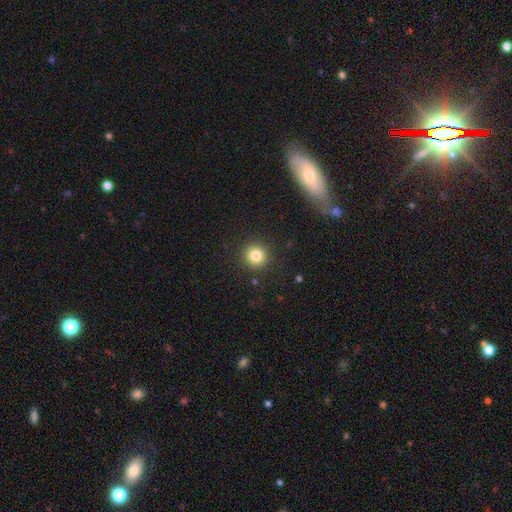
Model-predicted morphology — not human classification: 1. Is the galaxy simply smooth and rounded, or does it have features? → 81% smooth, 12% star or artifact, 7% featured or disk.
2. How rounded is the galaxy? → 94% round, 5% in between, 1% cigar-shaped.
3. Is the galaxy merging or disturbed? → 90% none, 6% minor disturbance, 2% major disturbance, 1% merger.